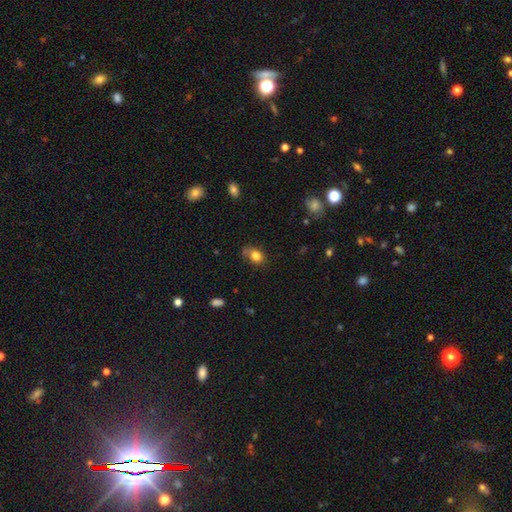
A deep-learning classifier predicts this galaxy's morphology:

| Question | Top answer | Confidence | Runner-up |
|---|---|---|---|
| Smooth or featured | smooth | 81% | star or artifact (11%) |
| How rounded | in between | 59% | round (39%) |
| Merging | none | 62% | minor disturbance (25%) |